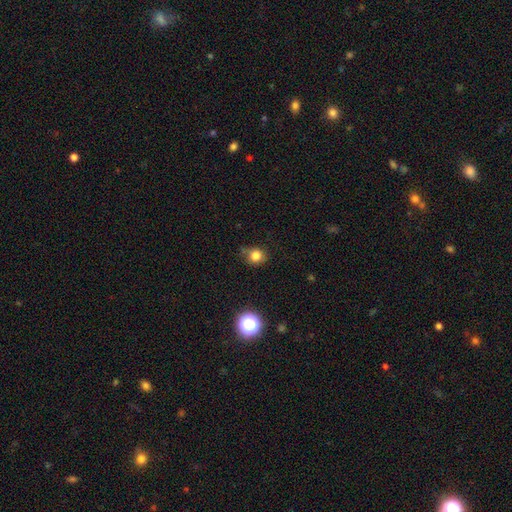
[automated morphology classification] smooth-or-featured: smooth: 79% | star or artifact: 14% | featured or disk: 7%
  how-rounded: round: 73% | in between: 26% | cigar-shaped: 1%
  merging: none: 59% | minor disturbance: 30% | major disturbance: 9% | merger: 2%